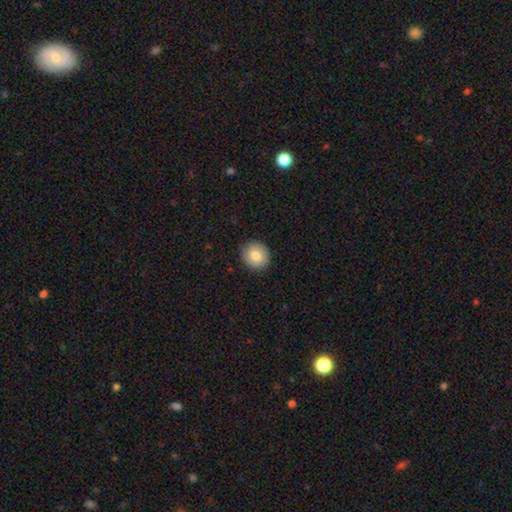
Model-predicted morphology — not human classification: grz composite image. It shows a smooth galaxy with no disk features (78%) that is round (84%). Merging: none (88%).